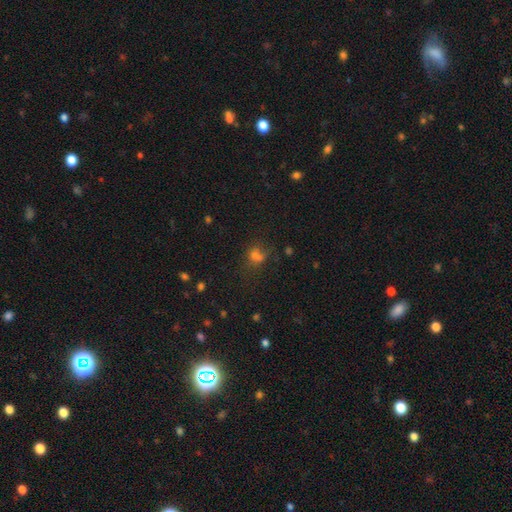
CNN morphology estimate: The model was most divided on "how rounded": round: 57%, in between: 41%, cigar-shaped: 2%. Remaining: smooth or featured — smooth (58%); merging — none (47%).